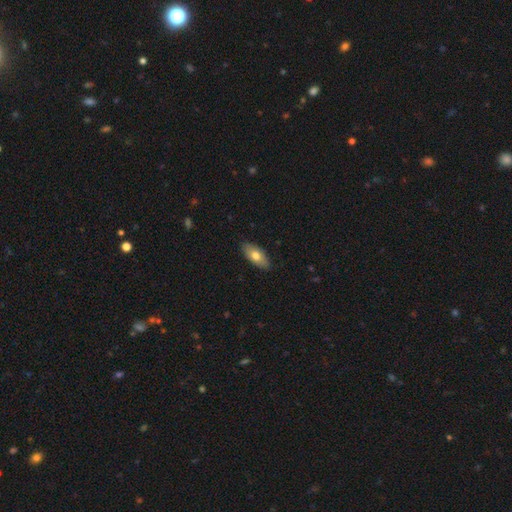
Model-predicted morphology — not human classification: smooth 71%, featured or disk 23%, star or artifact 6%. Down the decision tree: how rounded — in between (89%); merging — none (88%).